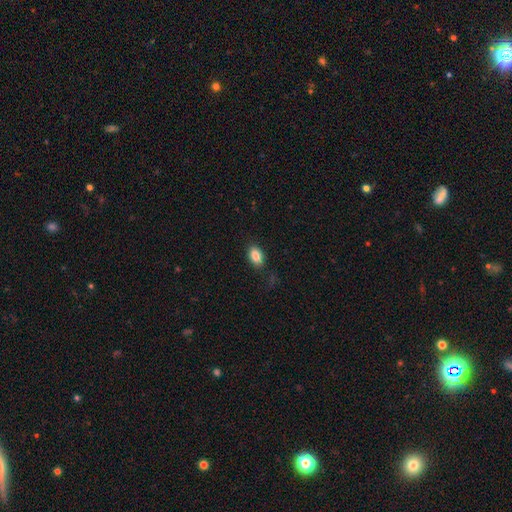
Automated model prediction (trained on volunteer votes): Smooth or featured: smooth — 86% (star or artifact — 8%)
How rounded: in between — 89% (round — 9%)
Merging: none — 83% (minor disturbance — 12%)